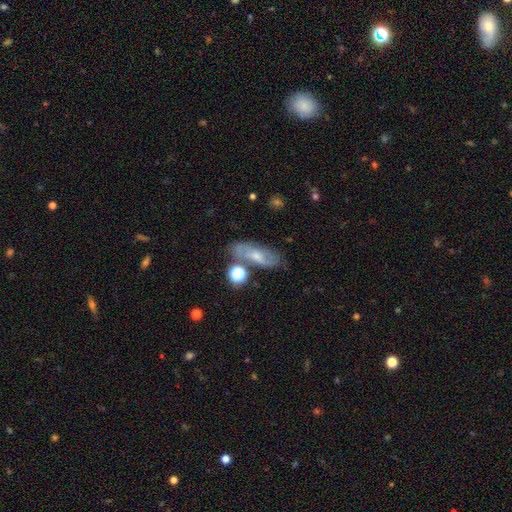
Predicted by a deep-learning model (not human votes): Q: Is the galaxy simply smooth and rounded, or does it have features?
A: featured or disk — 48%.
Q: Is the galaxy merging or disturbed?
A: none — 65%.